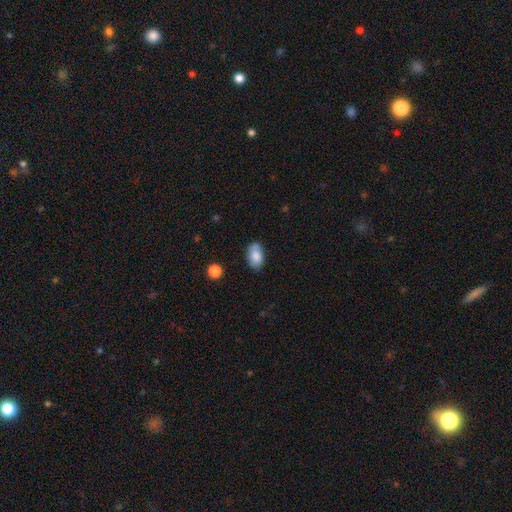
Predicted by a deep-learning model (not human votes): Smooth or featured: smooth — 79% (featured or disk — 13%)
How rounded: in between — 91% (round — 8%)
Merging: none — 67% (minor disturbance — 23%)